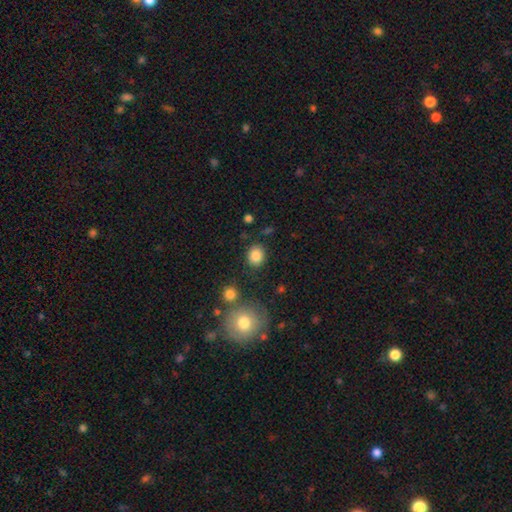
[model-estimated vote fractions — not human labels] The model was most divided on "how rounded": round: 68%, in between: 31%, cigar-shaped: 1%. More confident: smooth or featured — smooth (85%); merging — none (84%).